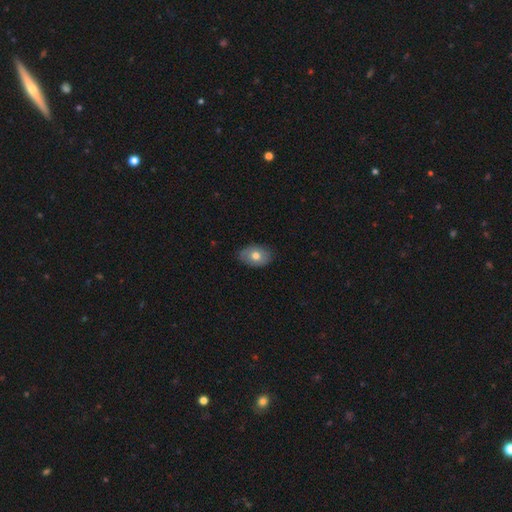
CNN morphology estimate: A smooth galaxy with no disk features (70%) that is in between round and cigar-shaped (83%).

Vote fractions:
- Smooth or featured? smooth: 70% / featured or disk: 23% / star or artifact: 7%
- How rounded? in between: 83% / round: 16% / cigar-shaped: 1%
- Merging? none: 82% / minor disturbance: 14% / major disturbance: 2% / merger: 1%